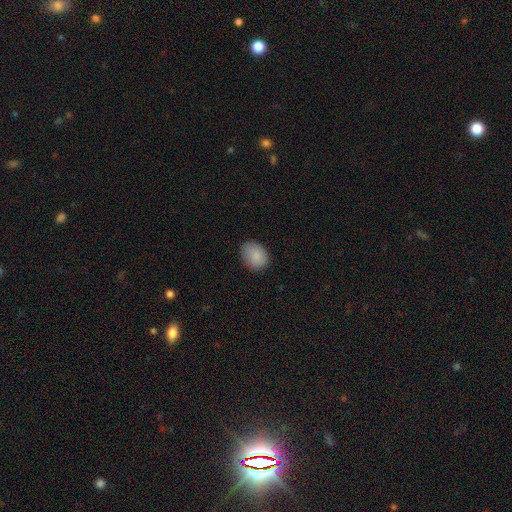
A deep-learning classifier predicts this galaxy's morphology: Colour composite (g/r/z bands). It shows a smooth galaxy with no disk features (88%) that is in between round and cigar-shaped (58%). Merging: none (82%).